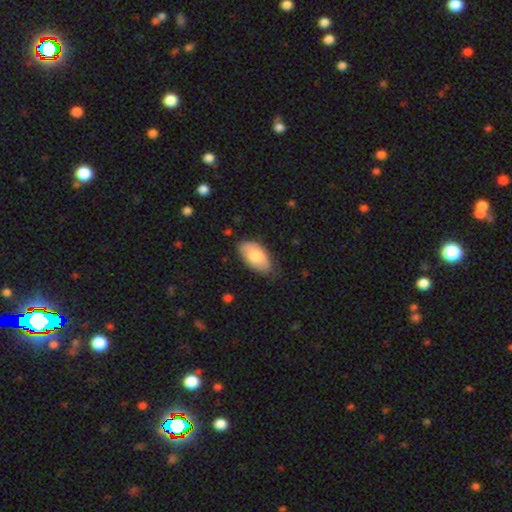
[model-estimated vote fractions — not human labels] This is likely a smooth galaxy (73%). How rounded: clearly in between (95%). Merging: likely none (72%).